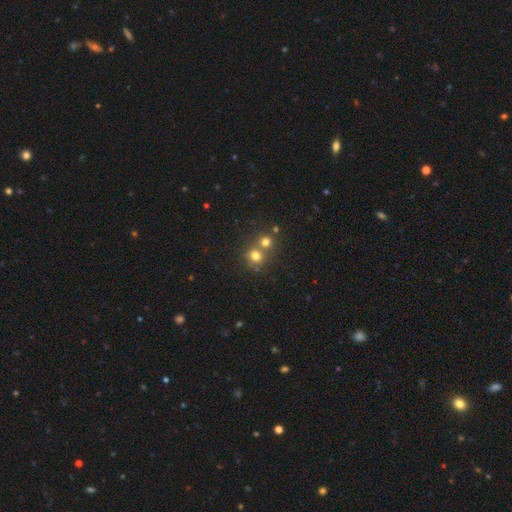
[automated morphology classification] A smooth galaxy with no disk features (73%) that is round (87%). Merging: none (49%).